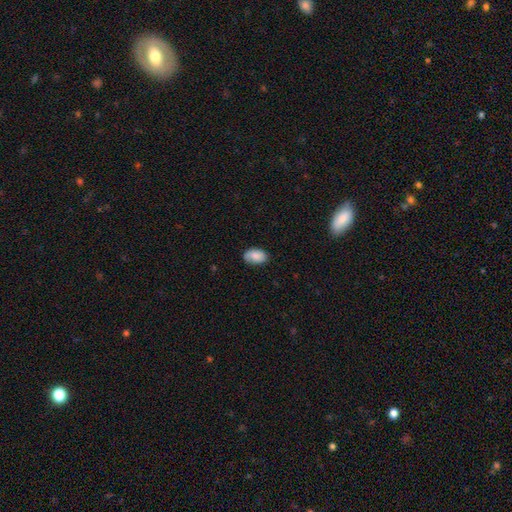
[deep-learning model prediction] smooth-or-featured: smooth: 79% | featured or disk: 14% | star or artifact: 7%
  how-rounded: in between: 91% | round: 8% | cigar-shaped: 1%
  merging: none: 75% | minor disturbance: 19% | major disturbance: 4% | merger: 1%